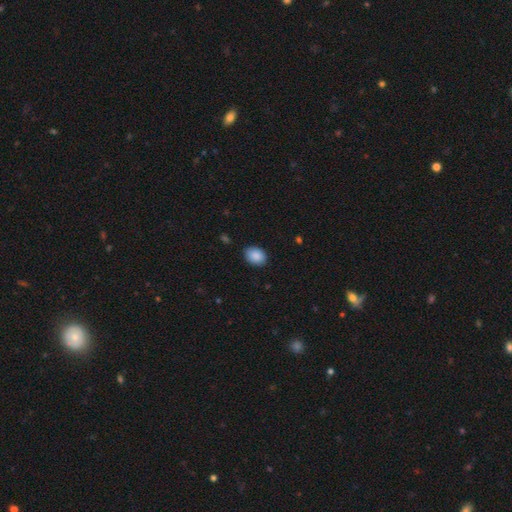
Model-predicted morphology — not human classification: Smooth or featured? Predicted: smooth (p=0.89). How rounded? Predicted: in between (p=0.70). Merging? Predicted: none (p=0.85).